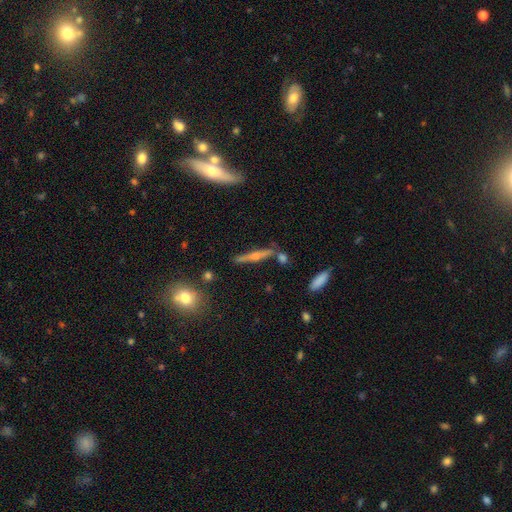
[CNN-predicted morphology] This is likely a featured or disk galaxy (70%). It is clearly viewed edge-on (95%). Edge-on bulge: clearly rounded (88%). Merging: likely none (78%).